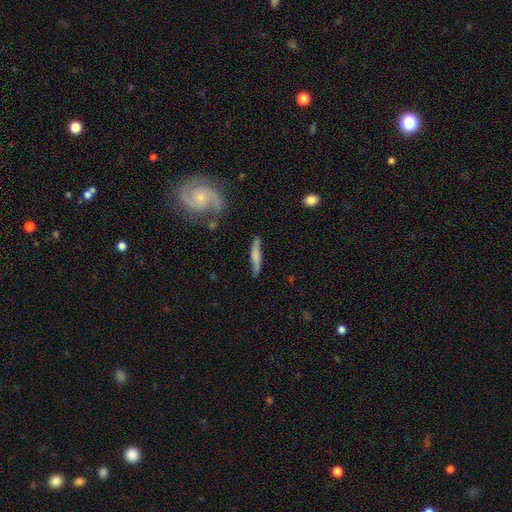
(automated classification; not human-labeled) smooth 61%, featured or disk 33%, star or artifact 6%. Down the decision tree: how rounded — cigar-shaped (89%); merging — none (79%).